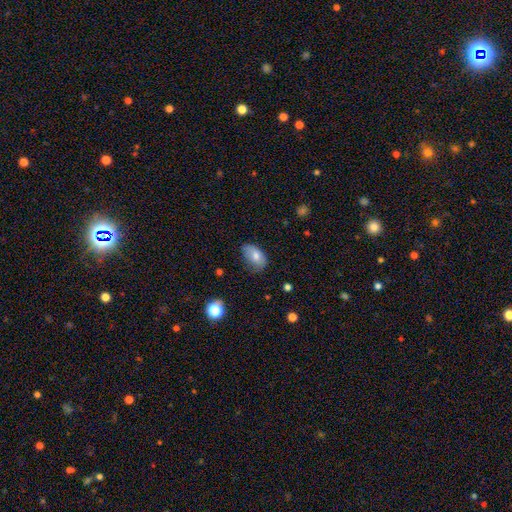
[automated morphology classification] A smooth galaxy with no disk features (74%) that is in between round and cigar-shaped (88%).

Vote fractions:
- Smooth or featured? smooth: 74% / featured or disk: 17% / star or artifact: 9%
- How rounded? in between: 88% / round: 10% / cigar-shaped: 2%
- Merging? none: 51% / minor disturbance: 37% / major disturbance: 10% / merger: 2%